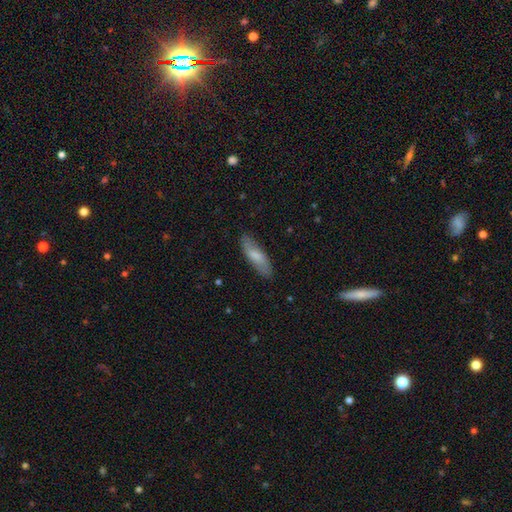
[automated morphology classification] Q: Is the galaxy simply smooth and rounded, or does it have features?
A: smooth — 68%.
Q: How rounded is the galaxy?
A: in between — 52%.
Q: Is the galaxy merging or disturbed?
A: none — 82%.